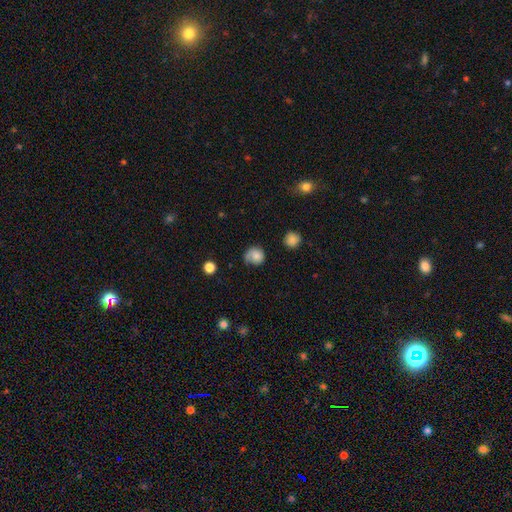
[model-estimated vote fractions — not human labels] Smooth or featured: smooth — 73% (featured or disk — 18%)
How rounded: round — 79% (in between — 21%)
Merging: none — 49% (minor disturbance — 32%)